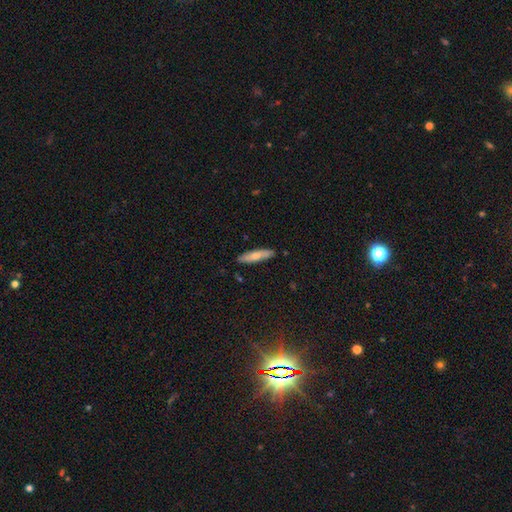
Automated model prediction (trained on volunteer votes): Smooth or featured: smooth — 69% (featured or disk — 25%)
How rounded: cigar-shaped — 73% (in between — 25%)
Merging: none — 86% (minor disturbance — 10%)